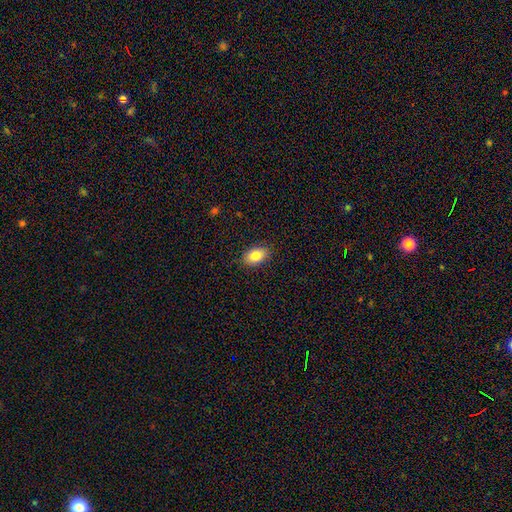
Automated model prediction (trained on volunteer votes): Smooth or featured: smooth — 84% (featured or disk — 8%)
How rounded: in between — 87% (round — 11%)
Merging: none — 88% (minor disturbance — 9%)